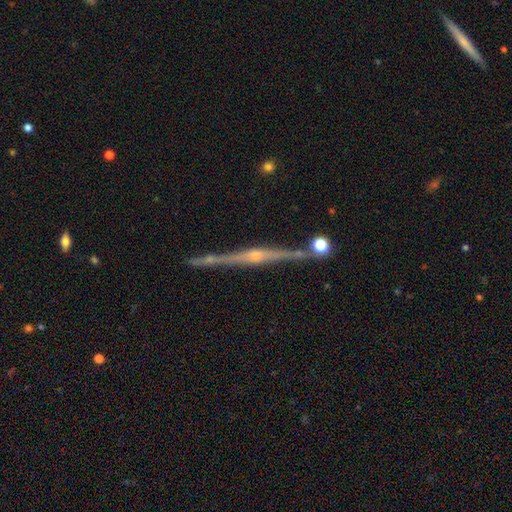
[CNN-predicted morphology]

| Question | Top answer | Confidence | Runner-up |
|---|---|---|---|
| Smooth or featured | featured or disk | 85% | star or artifact (8%) |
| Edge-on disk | yes | 98% | no (2%) |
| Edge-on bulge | rounded | 86% | boxy (8%) |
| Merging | none | 85% | minor disturbance (9%) |